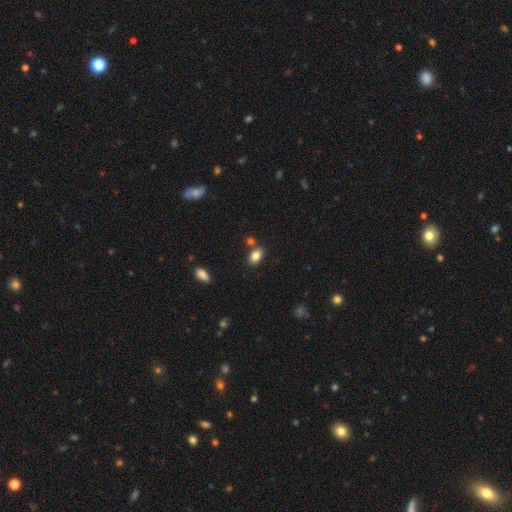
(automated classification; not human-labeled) Smooth or featured? Predicted: smooth (p=0.83). How rounded? Predicted: in between (p=0.86). Merging? Predicted: none (p=0.73).